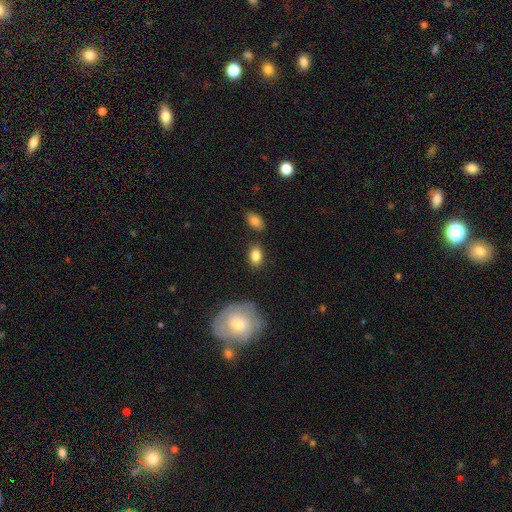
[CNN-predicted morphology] A smooth galaxy with no disk features (85%) that is in between round and cigar-shaped (82%). Merging: none (81%).